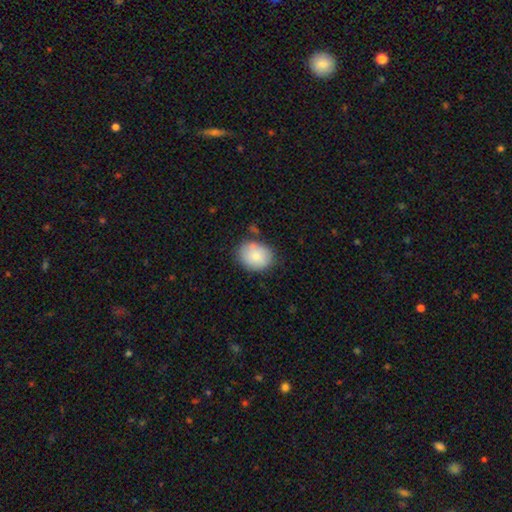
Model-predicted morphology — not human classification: Smooth or featured: smooth — 82% (featured or disk — 11%)
How rounded: in between — 53% (round — 46%)
Merging: none — 73% (minor disturbance — 19%)